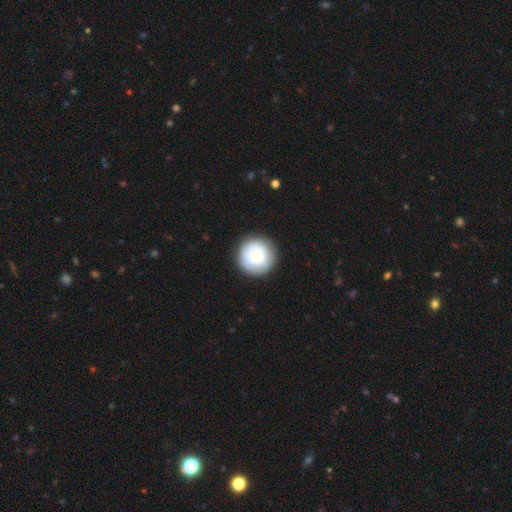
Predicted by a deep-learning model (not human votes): Morphology: type=smooth (64%); roundness=round (96%); merging=none (88%).